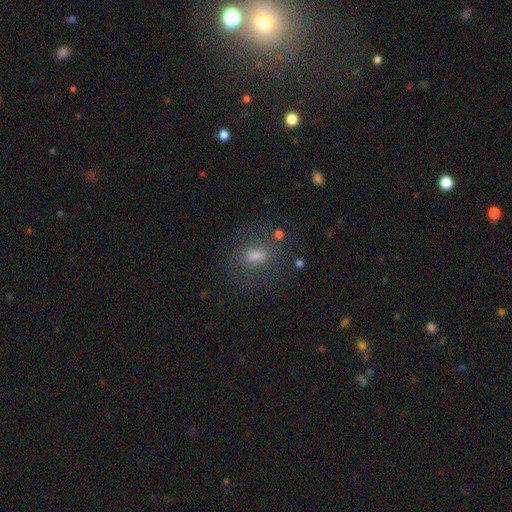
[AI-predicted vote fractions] Smooth or featured: smooth — 55% (featured or disk — 29%)
How rounded: in between — 63% (round — 32%)
Merging: none — 70% (minor disturbance — 16%)